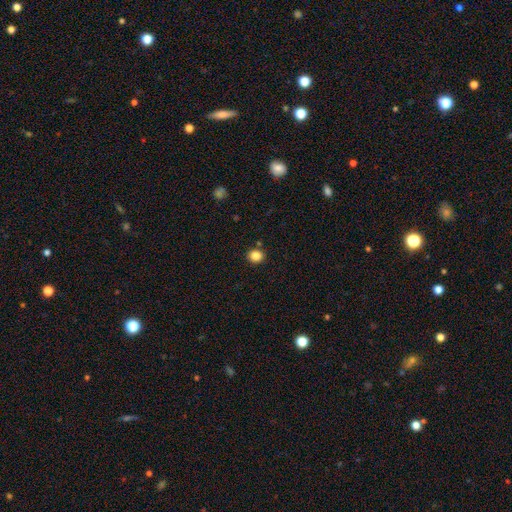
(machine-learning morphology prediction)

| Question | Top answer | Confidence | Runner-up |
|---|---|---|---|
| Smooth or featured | smooth | 85% | star or artifact (11%) |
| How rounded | round | 76% | in between (23%) |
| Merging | none | 88% | minor disturbance (7%) |